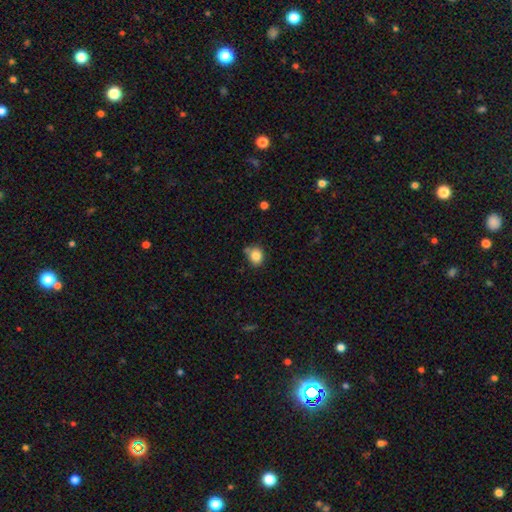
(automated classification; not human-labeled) Q: Smooth or featured?
A: smooth (83%); runner-up: star or artifact (10%)
Q: How rounded?
A: round (67%); runner-up: in between (32%)
Q: Merging?
A: none (68%); runner-up: minor disturbance (16%)